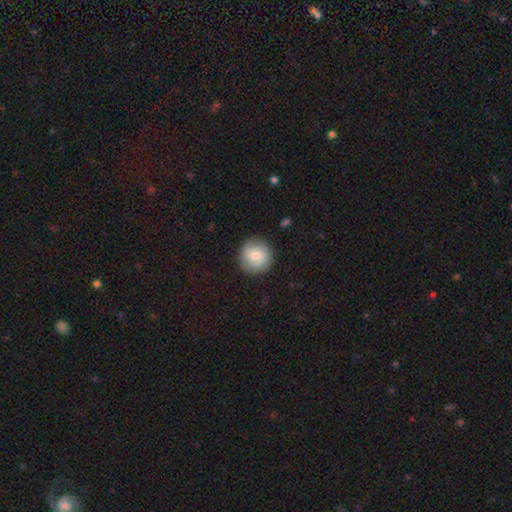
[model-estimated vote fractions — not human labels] The model was most divided on "smooth or featured": smooth: 76%, featured or disk: 16%, star or artifact: 8%. More confident: how rounded — round (94%); merging — none (86%).